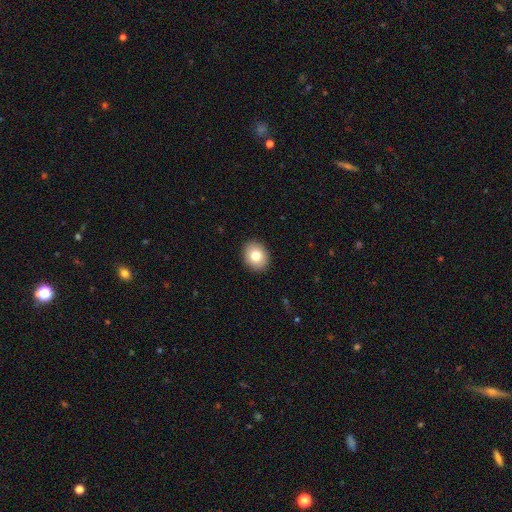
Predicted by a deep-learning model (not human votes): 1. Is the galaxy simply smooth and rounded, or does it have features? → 80% smooth, 11% featured or disk, 9% star or artifact.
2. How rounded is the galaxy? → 53% round, 46% in between, 1% cigar-shaped.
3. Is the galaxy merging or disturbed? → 91% none, 6% minor disturbance, 2% major disturbance, 1% merger.